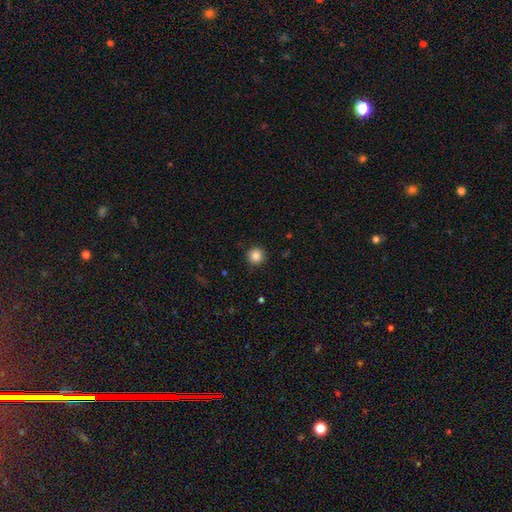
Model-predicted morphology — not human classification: The model was most divided on "smooth or featured": smooth: 86%, star or artifact: 10%, featured or disk: 4%. More confident: how rounded — round (95%); merging — none (91%).